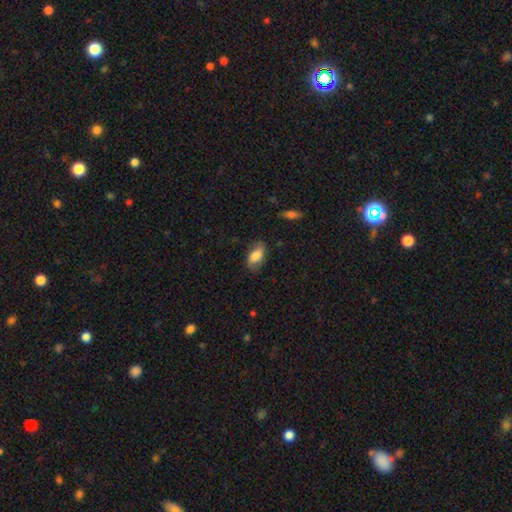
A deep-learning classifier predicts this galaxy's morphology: Smooth or featured?
  - smooth: 73% *
  - featured or disk: 20%
  - star or artifact: 7%
How rounded?
  - in between: 89% *
  - cigar-shaped: 6%
  - round: 5%
Merging?
  - none: 72% *
  - minor disturbance: 21%
  - major disturbance: 6%
  - merger: 1%